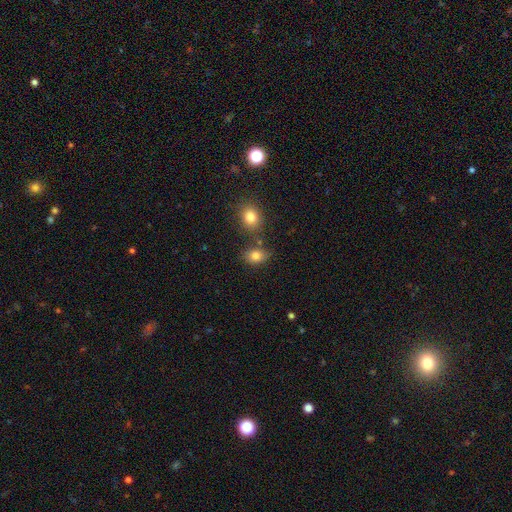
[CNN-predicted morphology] This appears to be a smooth galaxy with no disk features (83%) that is in between round and cigar-shaped (63%). Merging: none (69%).